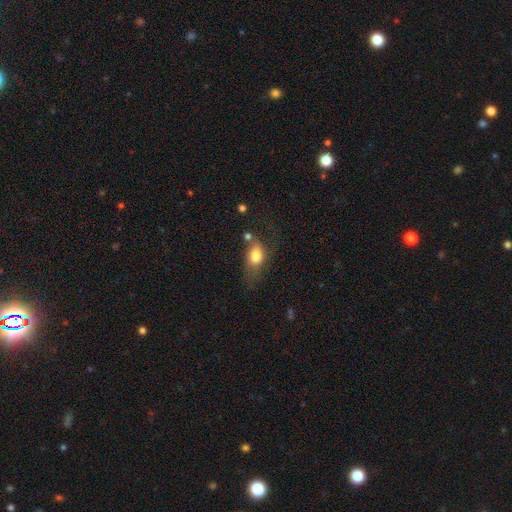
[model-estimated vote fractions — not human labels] Smooth or featured: smooth — 76% (featured or disk — 16%)
How rounded: in between — 82% (round — 15%)
Merging: none — 36% (minor disturbance — 28%)